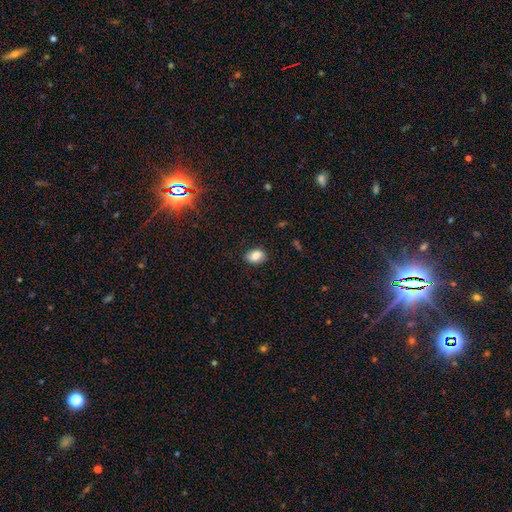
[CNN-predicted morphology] Smooth or featured?
  - smooth: 82% *
  - featured or disk: 10%
  - star or artifact: 8%
How rounded?
  - in between: 77% *
  - round: 22%
  - cigar-shaped: 1%
Merging?
  - none: 83% *
  - minor disturbance: 13%
  - major disturbance: 3%
  - merger: 1%